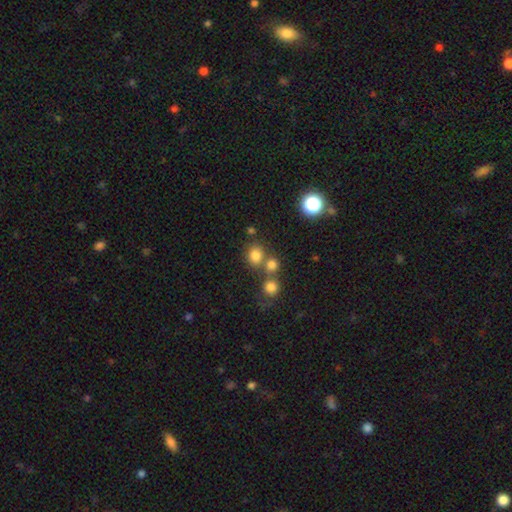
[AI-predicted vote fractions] Smooth or featured? Predicted: smooth (p=0.77). How rounded? Predicted: round (p=0.74). Merging? Predicted: none (p=0.61).